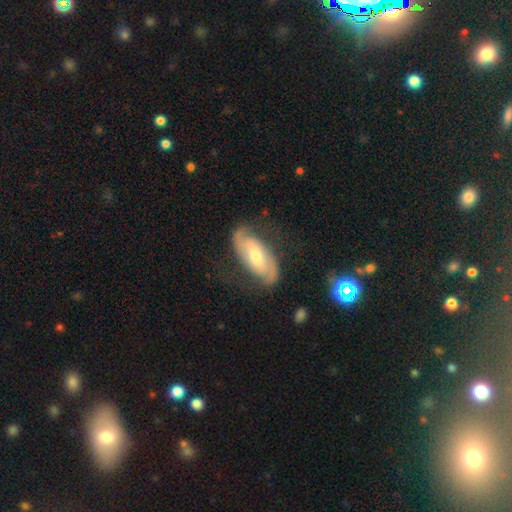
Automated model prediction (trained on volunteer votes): A featured or disk galaxy (79%) with a weak bar (42%), 2 (86%) medium (43%) spiral arms (94%) and a moderate central bulge (58%).

Vote fractions:
- Smooth or featured? featured or disk: 79% / smooth: 15% / star or artifact: 6%
- Edge-on disk? no: 93% / yes: 7%
- Bar? weak: 42% / no: 35% / strong: 23%
- Spiral arms? yes: 94% / no: 6%
- Spiral winding? medium: 43% / loose: 29% / tight: 28%
- Spiral arm count? 2: 86% / can't tell: 8% / 1: 2% / 3: 2% / 4: 1% / more than 4: 1%
- Bulge size? moderate: 58% / small: 34% / large: 5% / none: 2% / dominant: 1%
- Merging? none: 72% / minor disturbance: 17% / major disturbance: 9% / merger: 2%